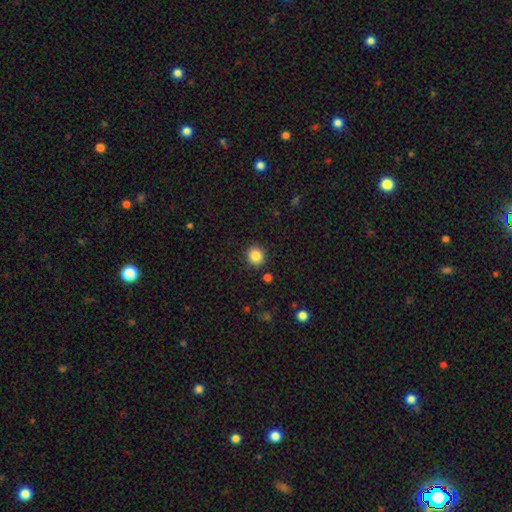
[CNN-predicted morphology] smooth 86%, star or artifact 10%, featured or disk 4%. Down the decision tree: how rounded — round (89%); merging — none (89%).